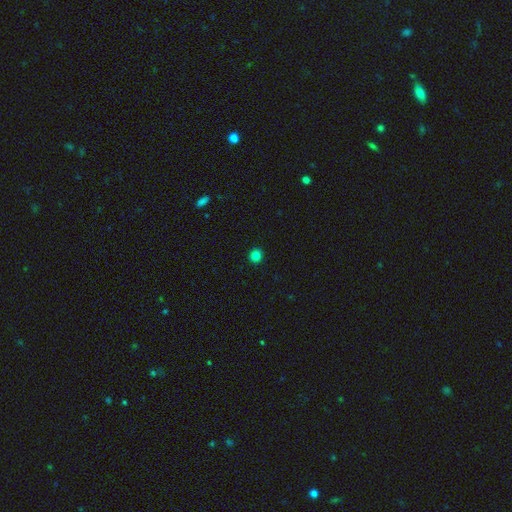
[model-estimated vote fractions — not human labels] The model was most divided on "smooth or featured": smooth: 83%, star or artifact: 13%, featured or disk: 4%. More confident: merging — none (93%); how rounded — round (92%).